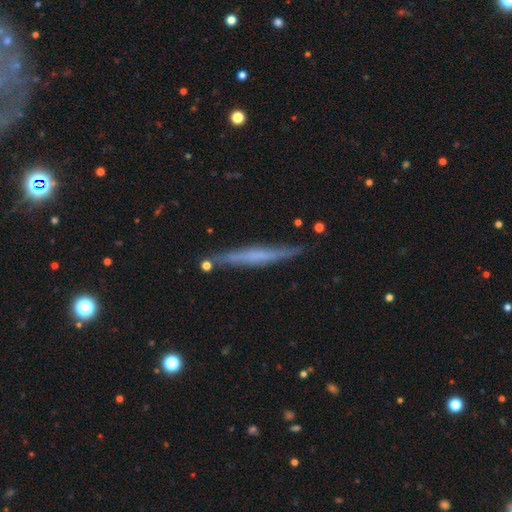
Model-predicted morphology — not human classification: Smooth or featured?
  - featured or disk: 54% *
  - smooth: 39%
  - star or artifact: 7%
Edge-on disk?
  - yes: 96% *
  - no: 4%
Edge-on bulge?
  - none: 69% *
  - rounded: 18%
  - boxy: 12%
Merging?
  - none: 85% *
  - minor disturbance: 11%
  - merger: 2%
  - major disturbance: 2%